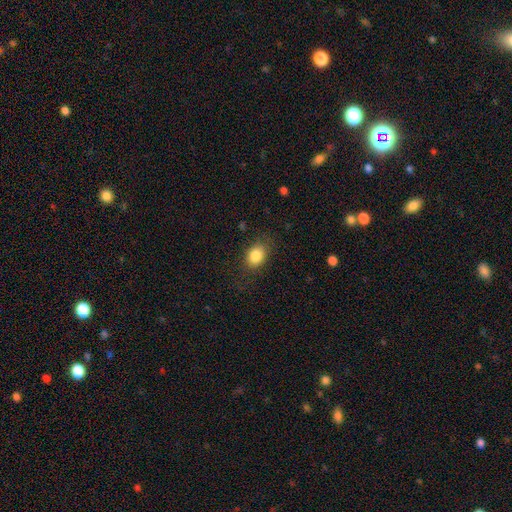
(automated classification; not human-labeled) A smooth galaxy with no disk features (85%) that is in between round and cigar-shaped (65%). Merging: none (79%).